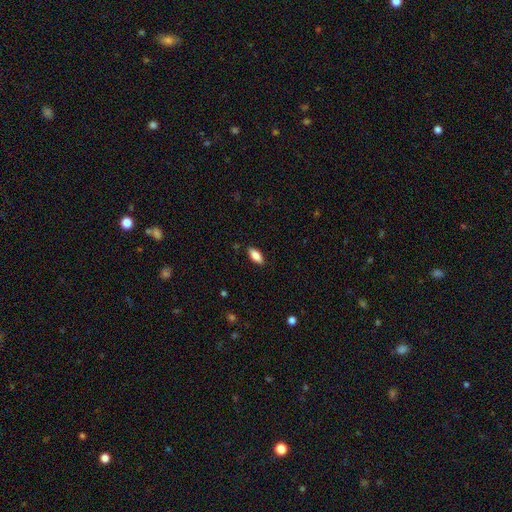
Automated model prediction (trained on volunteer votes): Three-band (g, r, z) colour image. It shows a smooth galaxy with no disk features (84%) that is in between round and cigar-shaped (85%). Merging: none (87%).